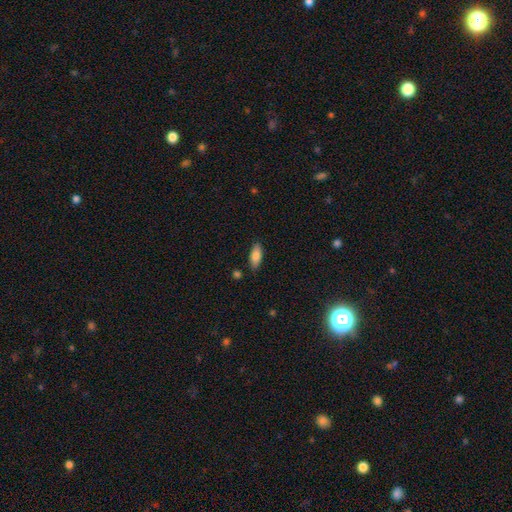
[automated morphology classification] Smooth or featured? smooth (83%)
How rounded? in between (80%)
Merging? none (84%)